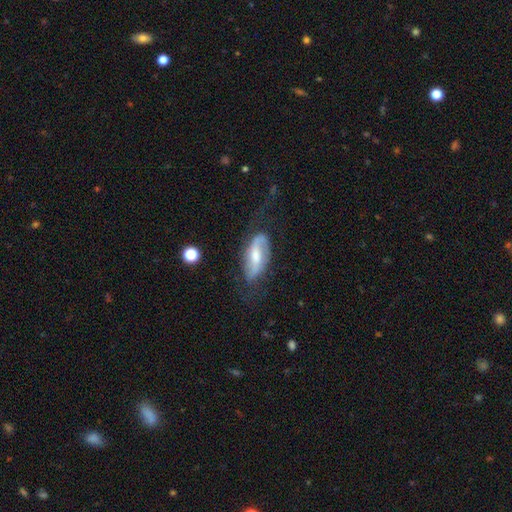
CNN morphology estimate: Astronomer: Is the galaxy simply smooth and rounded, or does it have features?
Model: featured or disk — 70%.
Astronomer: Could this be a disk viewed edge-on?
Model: no — 92%.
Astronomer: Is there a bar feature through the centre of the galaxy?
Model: weak — 45% (runner-up: strong, 28%).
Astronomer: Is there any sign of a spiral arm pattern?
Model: yes — 90%.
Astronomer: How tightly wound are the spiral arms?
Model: loose — 52% (runner-up: medium, 35%).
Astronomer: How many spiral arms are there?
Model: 2 — 84%.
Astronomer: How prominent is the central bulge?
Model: moderate — 54%.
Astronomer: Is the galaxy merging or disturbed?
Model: none — 62%.